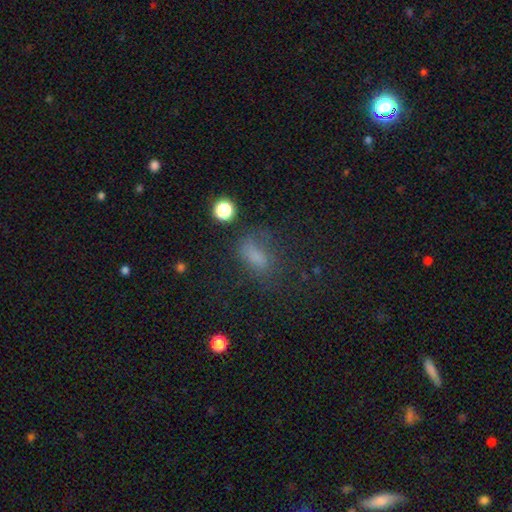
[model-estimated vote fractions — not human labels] Smooth or featured?
  - smooth: 68% *
  - star or artifact: 20%
  - featured or disk: 13%
How rounded?
  - in between: 76% *
  - round: 14%
  - cigar-shaped: 10%
Merging?
  - none: 49% *
  - minor disturbance: 24%
  - major disturbance: 23%
  - merger: 4%